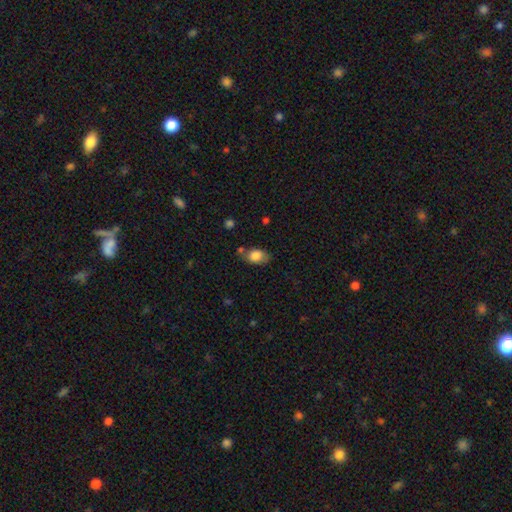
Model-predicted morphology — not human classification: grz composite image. It shows a smooth galaxy with no disk features (82%) that is in between round and cigar-shaped (84%). Merging: none (66%).